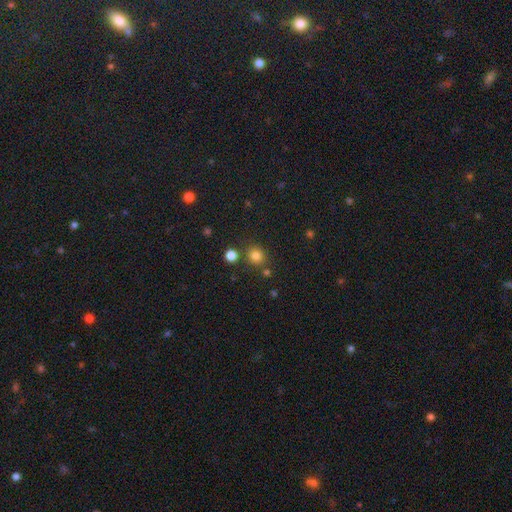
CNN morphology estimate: smooth 79%, star or artifact 15%, featured or disk 5%. Down the decision tree: how rounded — round (86%); merging — none (78%).